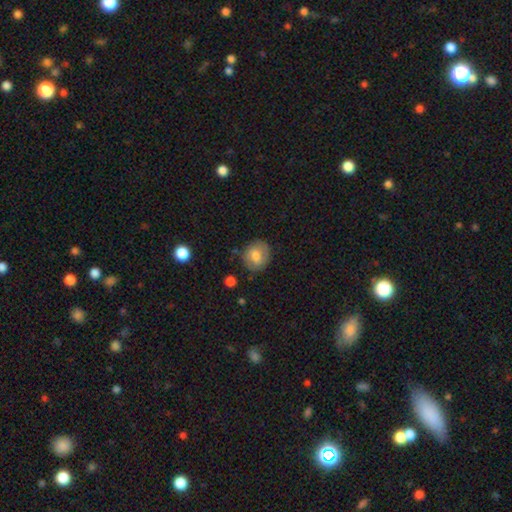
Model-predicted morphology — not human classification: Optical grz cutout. It shows a smooth galaxy with no disk features (67%) that is round (71%). Merging: none (78%).